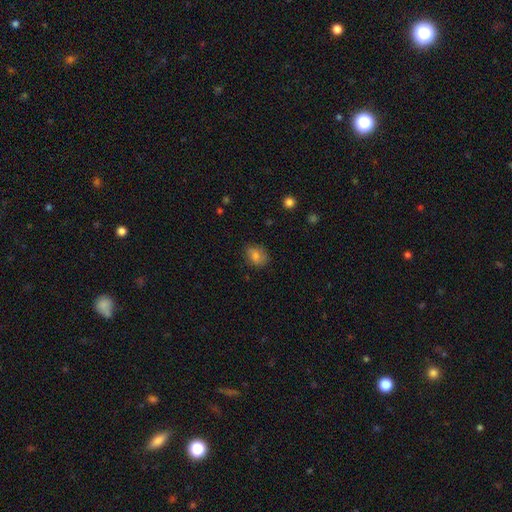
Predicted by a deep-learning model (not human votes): This is likely a smooth galaxy (77%). How rounded: possibly in between (60%). Merging: likely none (74%).